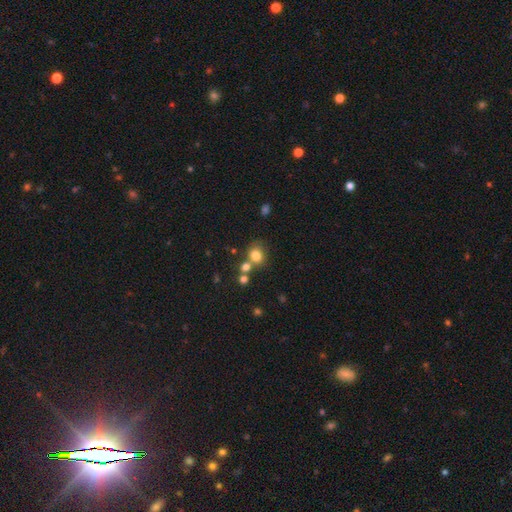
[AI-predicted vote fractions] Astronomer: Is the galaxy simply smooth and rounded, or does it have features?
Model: smooth — 79%.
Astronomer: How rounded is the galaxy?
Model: round — 71%.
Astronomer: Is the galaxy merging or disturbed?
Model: none — 58%.